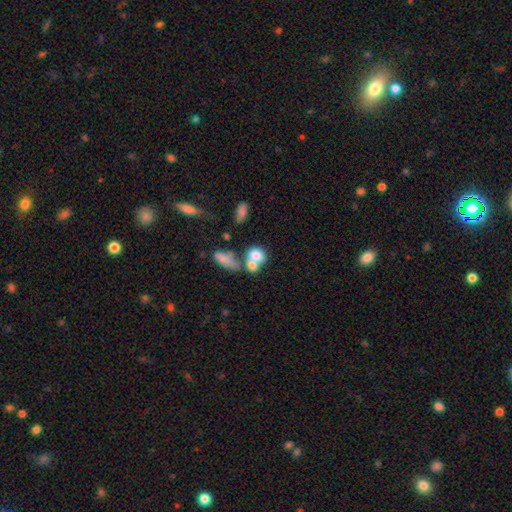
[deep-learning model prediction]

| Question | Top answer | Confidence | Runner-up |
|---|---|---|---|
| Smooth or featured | smooth | 71% | featured or disk (19%) |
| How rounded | round | 52% | in between (45%) |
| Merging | merger | 56% | none (27%) |